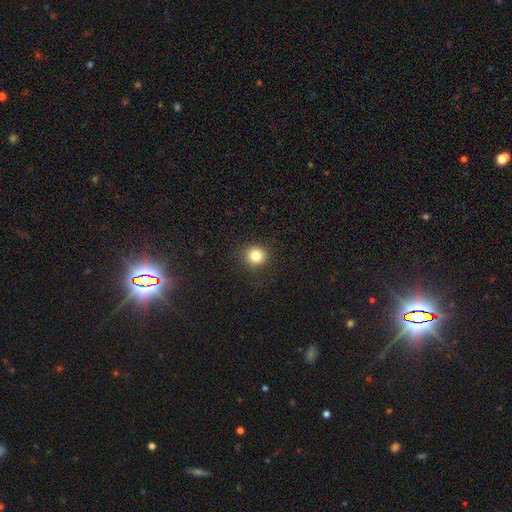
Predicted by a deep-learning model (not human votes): A smooth galaxy with no disk features (82%) that is round (91%).

Vote fractions:
- Smooth or featured? smooth: 82% / star or artifact: 12% / featured or disk: 6%
- How rounded? round: 91% / in between: 8% / cigar-shaped: 1%
- Merging? none: 91% / minor disturbance: 6% / major disturbance: 2% / merger: 1%